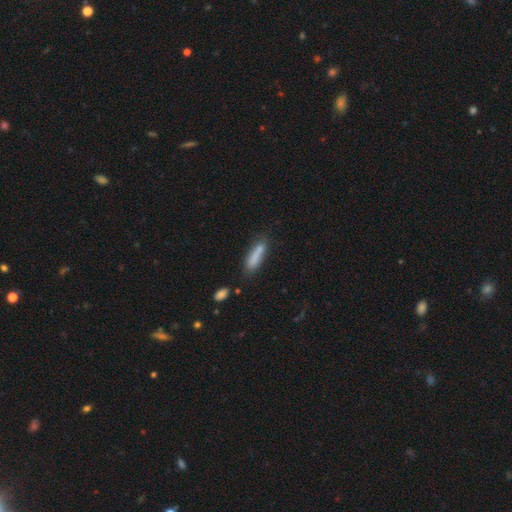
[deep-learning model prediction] The model was most divided on "how rounded": cigar-shaped: 69%, in between: 29%, round: 2%. More confident: smooth or featured — smooth (80%); merging — none (64%).